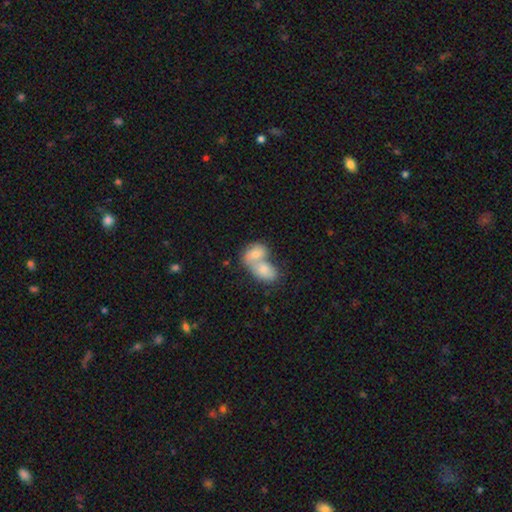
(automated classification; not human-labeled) Smooth or featured?
  - smooth: 74% *
  - featured or disk: 19%
  - star or artifact: 7%
How rounded?
  - in between: 81% *
  - round: 17%
  - cigar-shaped: 2%
Merging?
  - merger: 78% *
  - none: 13%
  - minor disturbance: 5%
  - major disturbance: 3%